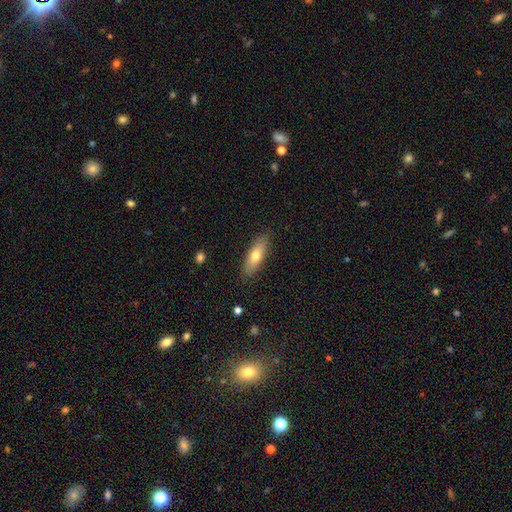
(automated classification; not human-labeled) Smooth or featured: smooth — 69% (featured or disk — 25%)
How rounded: in between — 57% (cigar-shaped — 40%)
Merging: none — 86% (minor disturbance — 11%)